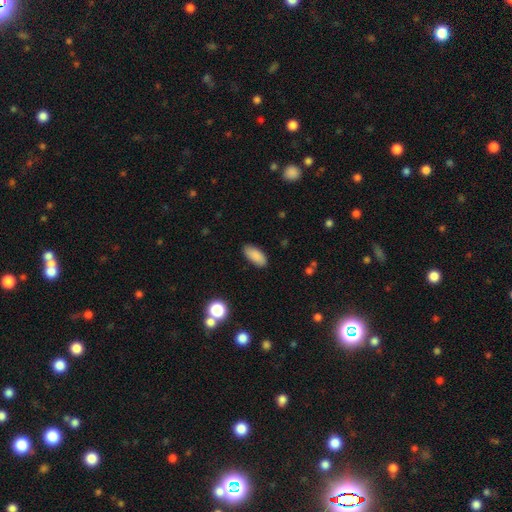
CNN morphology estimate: A smooth galaxy with no disk features (88%) that is in between round and cigar-shaped (88%).

Vote fractions:
- Smooth or featured? smooth: 88% / star or artifact: 7% / featured or disk: 5%
- How rounded? in between: 88% / cigar-shaped: 10% / round: 2%
- Merging? none: 86% / minor disturbance: 10% / major disturbance: 2% / merger: 1%